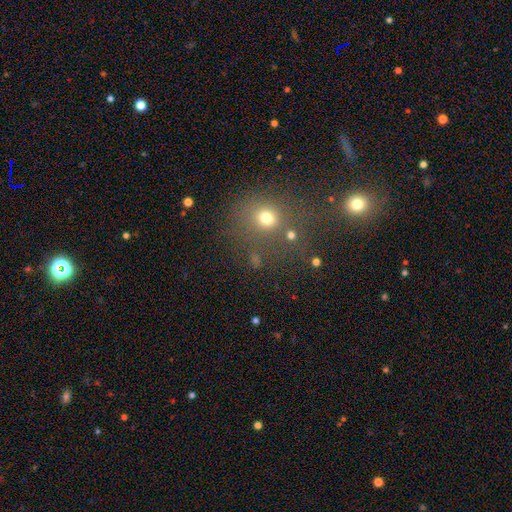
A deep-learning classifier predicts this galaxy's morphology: smooth-or-featured: smooth: 53% | star or artifact: 38% | featured or disk: 9%
  how-rounded: round: 82% | in between: 16% | cigar-shaped: 1%
  merging: none: 61% | merger: 21% | minor disturbance: 10% | major disturbance: 7%